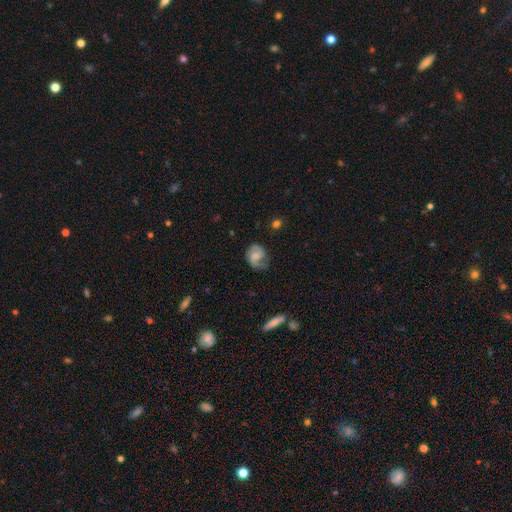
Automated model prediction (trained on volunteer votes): Morphology: type=featured or disk (73%); edge-on=no (98%); bar=no (49%); spiral arms=yes (94%); winding=medium (50%); arm count=2 (86%); bulge=none (38%); merging=none (69%).